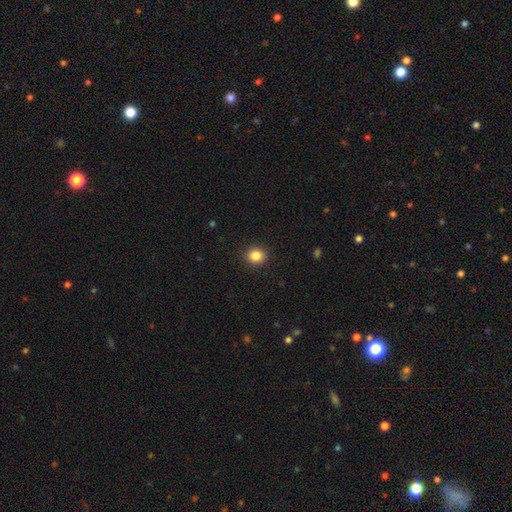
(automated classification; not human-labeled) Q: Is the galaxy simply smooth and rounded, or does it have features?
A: smooth — 85%.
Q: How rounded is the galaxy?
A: round — 79%.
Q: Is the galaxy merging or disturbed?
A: none — 91%.